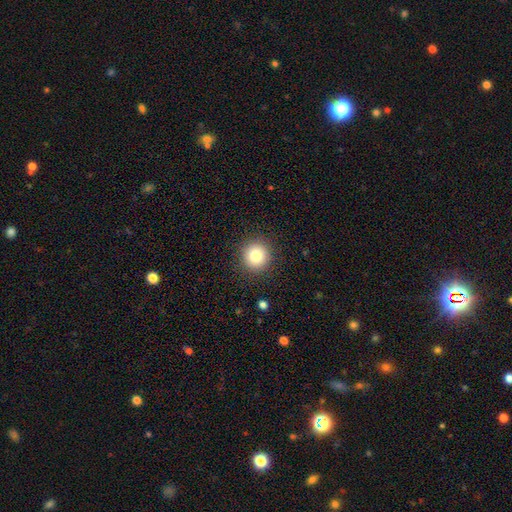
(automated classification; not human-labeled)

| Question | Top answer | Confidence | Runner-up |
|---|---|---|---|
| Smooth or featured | smooth | 82% | star or artifact (11%) |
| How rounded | round | 94% | in between (5%) |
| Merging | none | 90% | minor disturbance (6%) |